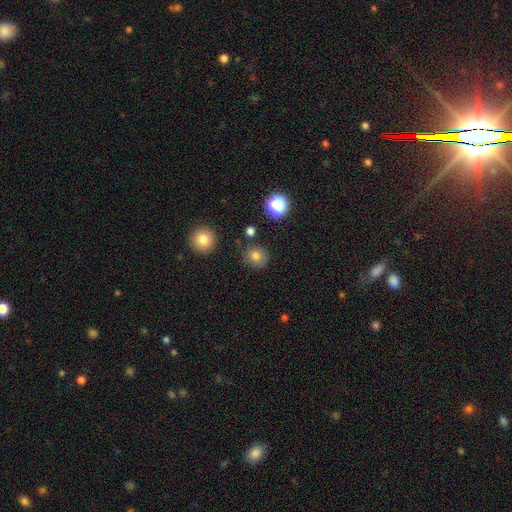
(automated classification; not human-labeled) The model was most divided on "smooth or featured": smooth: 76%, star or artifact: 14%, featured or disk: 9%. More confident: how rounded — round (87%); merging — none (82%).